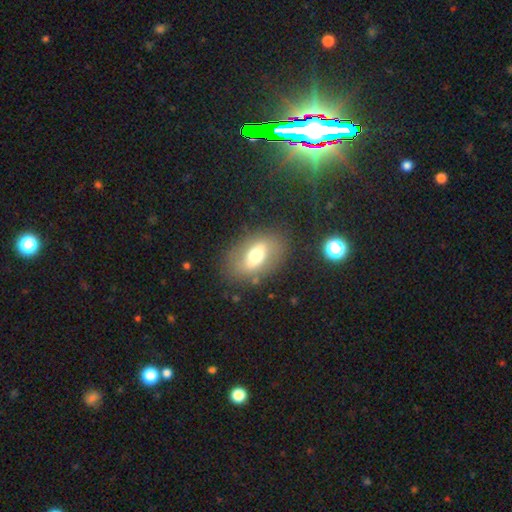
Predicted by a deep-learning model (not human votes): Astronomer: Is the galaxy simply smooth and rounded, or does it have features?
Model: smooth — 49% (runner-up: featured or disk, 41%).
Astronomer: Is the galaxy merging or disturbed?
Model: none — 79%.